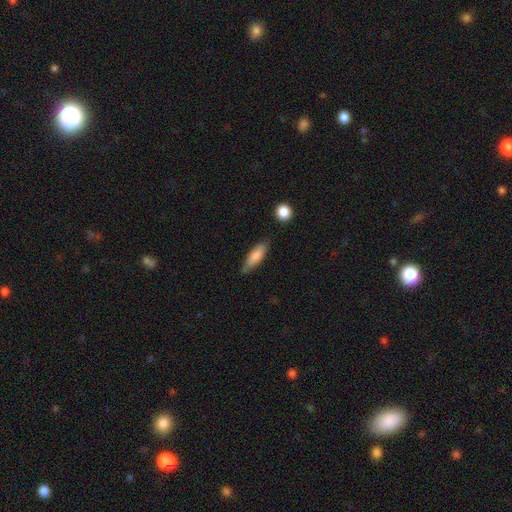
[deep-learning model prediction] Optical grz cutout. It shows a smooth galaxy with no disk features (77%) that is cigar-shaped (51%). Merging: none (74%).